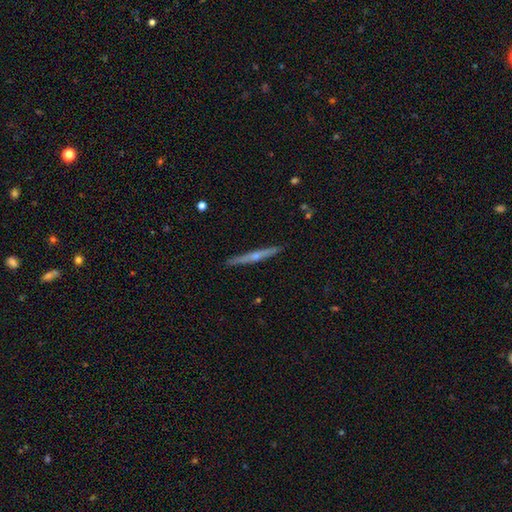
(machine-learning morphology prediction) smooth-or-featured: featured or disk: 69% | smooth: 24% | star or artifact: 6%
  disk-edge-on: yes: 97% | no: 3%
    edge-on-bulge: rounded: 75% | none: 22% | boxy: 3%
  merging: none: 90% | minor disturbance: 8% | major disturbance: 1% | merger: 1%